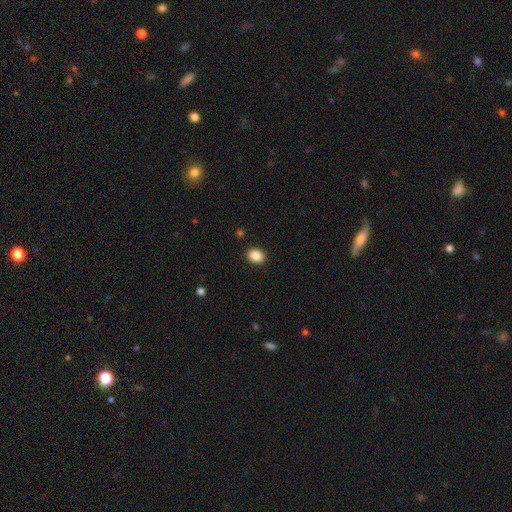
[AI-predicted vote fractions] smooth 87%, star or artifact 9%, featured or disk 4%. Down the decision tree: how rounded — in between (54%); merging — none (90%).